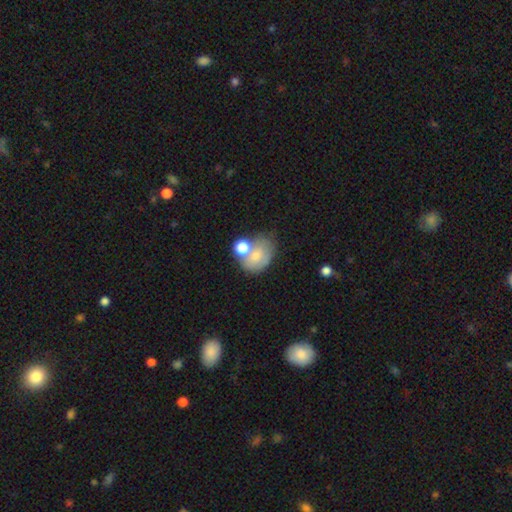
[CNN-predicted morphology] Smooth or featured?
  - smooth: 66% *
  - featured or disk: 24%
  - star or artifact: 10%
How rounded?
  - in between: 57% *
  - round: 42%
  - cigar-shaped: 1%
Merging?
  - merger: 37% *
  - none: 34%
  - minor disturbance: 18%
  - major disturbance: 11%